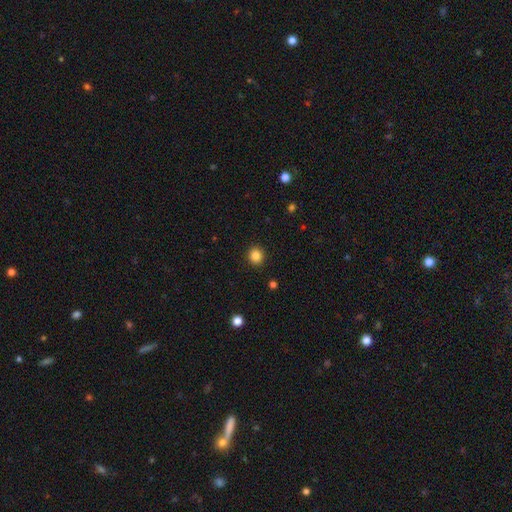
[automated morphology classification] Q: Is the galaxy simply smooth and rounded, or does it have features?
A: smooth — 85%.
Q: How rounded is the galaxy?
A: round — 88%.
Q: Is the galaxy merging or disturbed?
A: none — 92%.